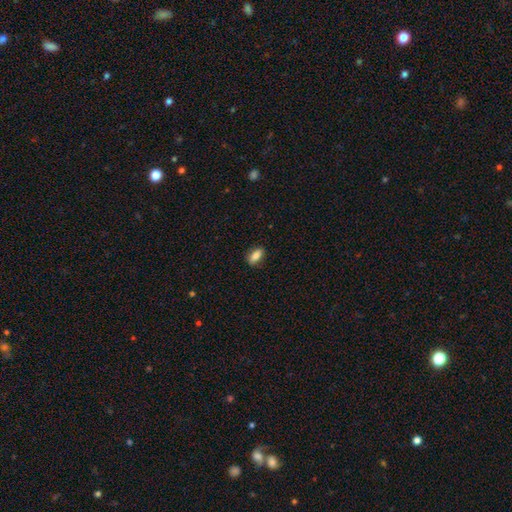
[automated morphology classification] Q: Smooth or featured?
A: smooth (80%); runner-up: featured or disk (12%)
Q: How rounded?
A: in between (81%); runner-up: cigar-shaped (14%)
Q: Merging?
A: none (85%); runner-up: minor disturbance (11%)